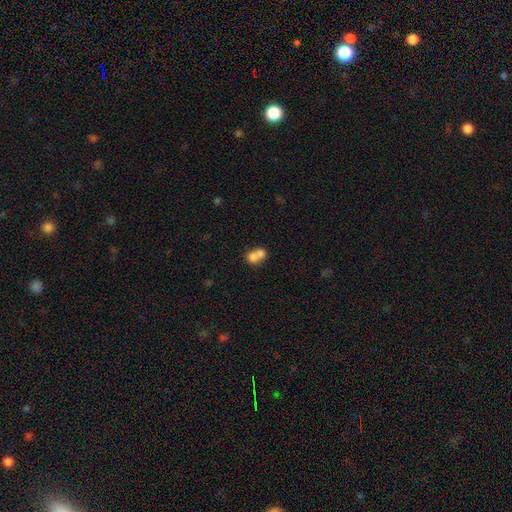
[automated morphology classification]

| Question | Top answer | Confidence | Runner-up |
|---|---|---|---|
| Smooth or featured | smooth | 72% | featured or disk (18%) |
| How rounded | round | 63% | in between (36%) |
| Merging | merger | 71% | none (21%) |